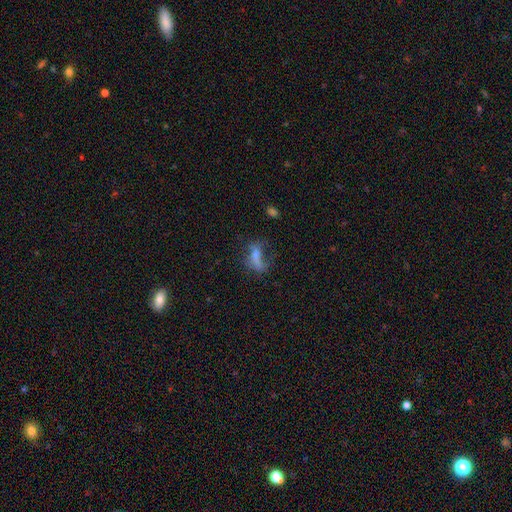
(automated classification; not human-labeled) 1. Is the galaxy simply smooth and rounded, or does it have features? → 42% smooth, 39% featured or disk, 20% star or artifact.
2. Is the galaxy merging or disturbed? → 39% major disturbance, 34% none, 20% minor disturbance, 7% merger.